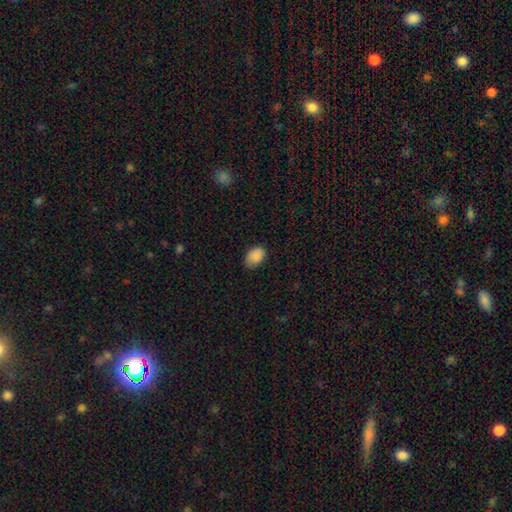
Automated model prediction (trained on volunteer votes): Smooth or featured: smooth — 87% (star or artifact — 8%)
How rounded: in between — 85% (round — 14%)
Merging: none — 72% (minor disturbance — 23%)